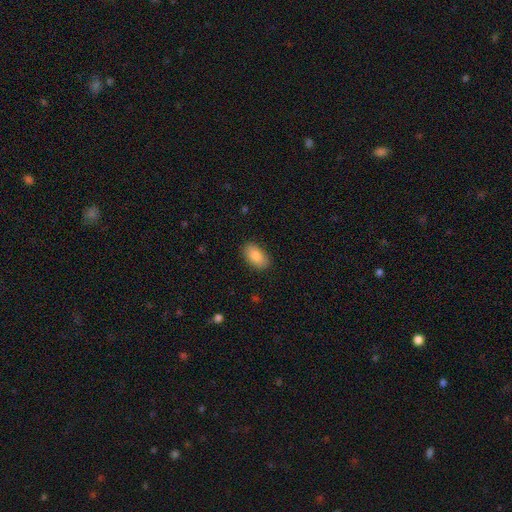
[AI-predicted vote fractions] Smooth or featured?
  - smooth: 85% *
  - featured or disk: 8%
  - star or artifact: 7%
How rounded?
  - in between: 93% *
  - round: 5%
  - cigar-shaped: 2%
Merging?
  - none: 88% *
  - minor disturbance: 9%
  - major disturbance: 2%
  - merger: 1%